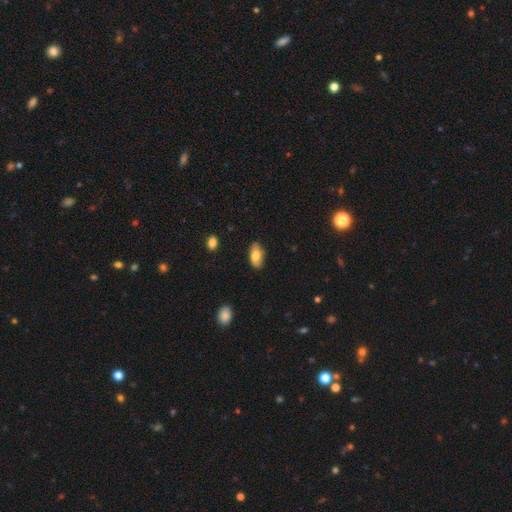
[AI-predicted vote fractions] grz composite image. It shows a smooth galaxy with no disk features (76%) that is in between round and cigar-shaped (92%). Merging: none (84%).